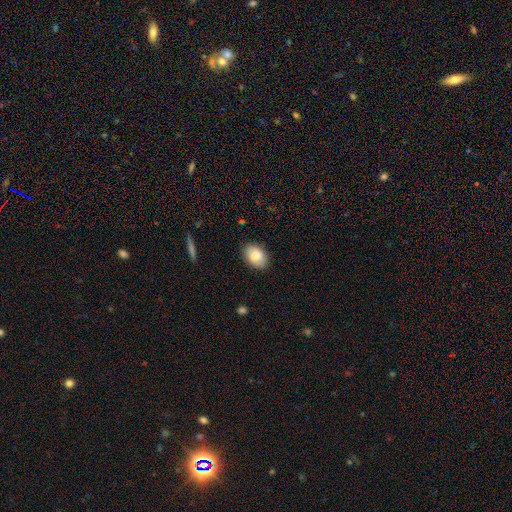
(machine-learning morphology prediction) Overall: smooth (84%). How rounded: in between (85%). Merging: none (87%).